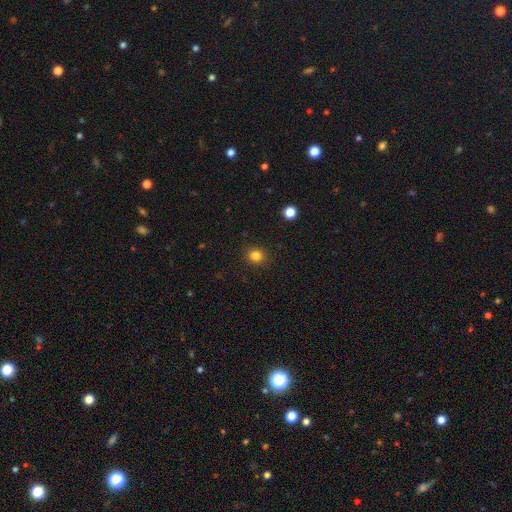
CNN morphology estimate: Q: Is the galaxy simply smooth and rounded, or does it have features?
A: smooth — 83%.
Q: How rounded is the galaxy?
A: round — 84%.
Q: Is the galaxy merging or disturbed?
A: none — 91%.